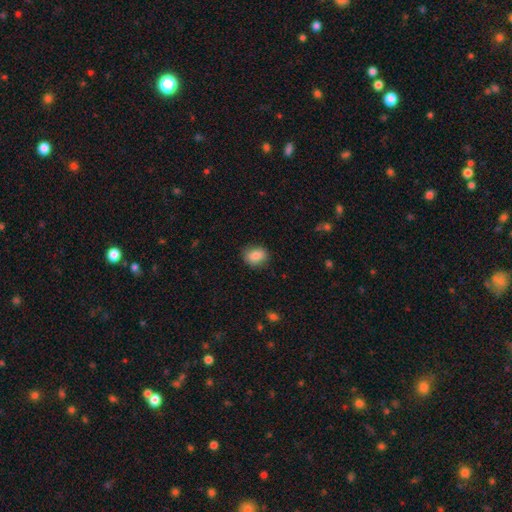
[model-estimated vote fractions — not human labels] smooth 85%, star or artifact 8%, featured or disk 7%. Down the decision tree: how rounded — in between (54%); merging — none (83%).